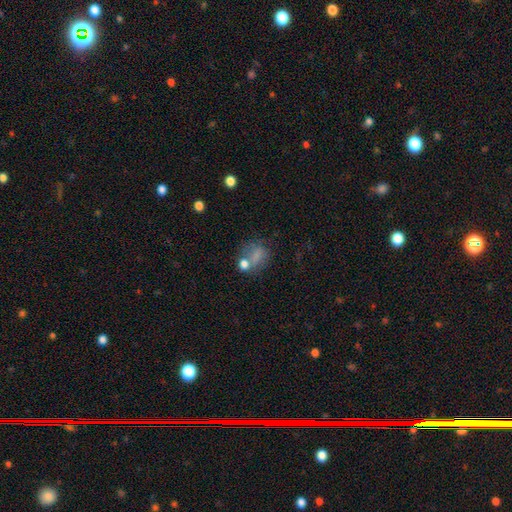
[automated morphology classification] Overall: smooth (67%). How rounded: in between (50%; round 48%). Merging: none (39%; merger 25%).